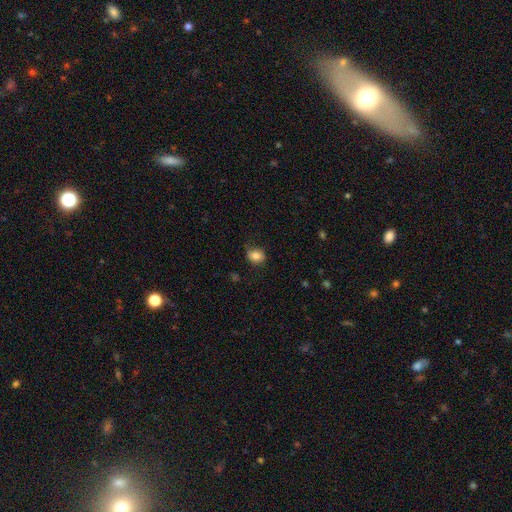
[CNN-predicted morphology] This is clearly a smooth galaxy (80%). How rounded: possibly round (55%). Merging: likely none (70%).